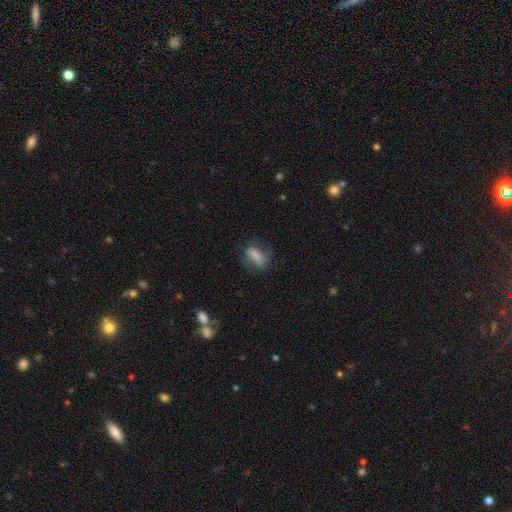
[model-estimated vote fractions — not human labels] This appears to be a smooth galaxy with no disk features (67%) that is in between round and cigar-shaped (83%). Merging: none (50%).